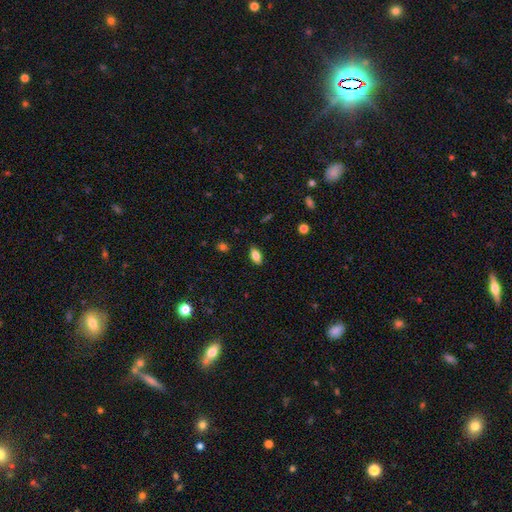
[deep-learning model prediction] Smooth or featured: smooth — 81% (featured or disk — 10%)
How rounded: in between — 89% (cigar-shaped — 7%)
Merging: none — 88% (minor disturbance — 9%)